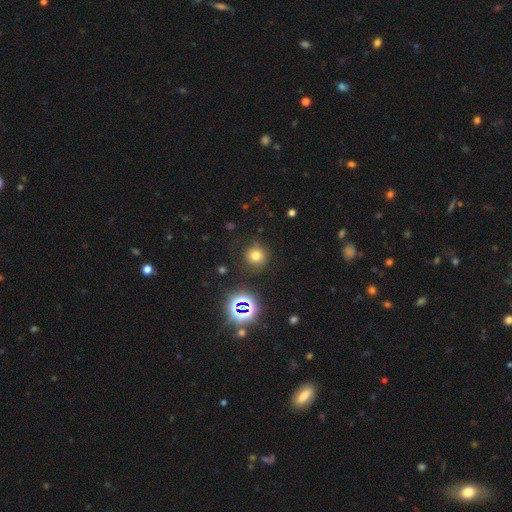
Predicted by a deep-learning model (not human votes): The model was most divided on "smooth or featured": smooth: 70%, star or artifact: 21%, featured or disk: 9%. More confident: how rounded — round (92%); merging — none (81%).